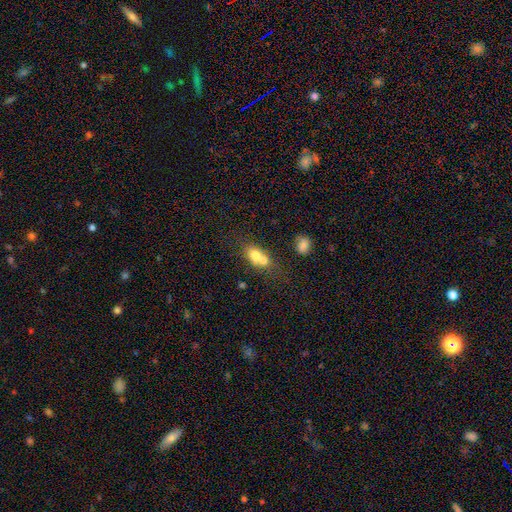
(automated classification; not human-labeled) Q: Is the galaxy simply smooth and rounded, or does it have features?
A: smooth — 66%.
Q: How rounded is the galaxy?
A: in between — 57%.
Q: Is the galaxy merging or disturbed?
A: merger — 63%.